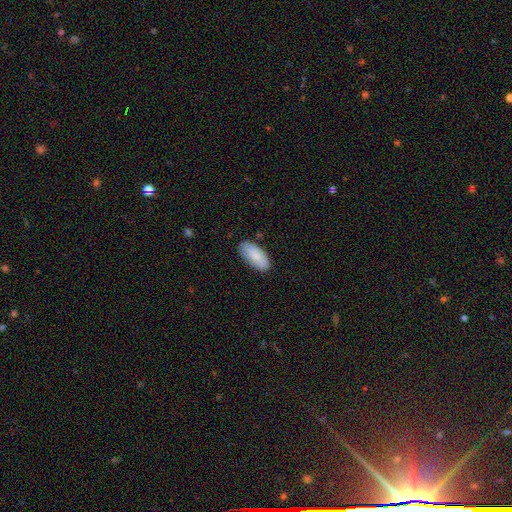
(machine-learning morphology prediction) Smooth or featured? Predicted: smooth (p=0.84). How rounded? Predicted: in between (p=0.92). Merging? Predicted: none (p=0.82).